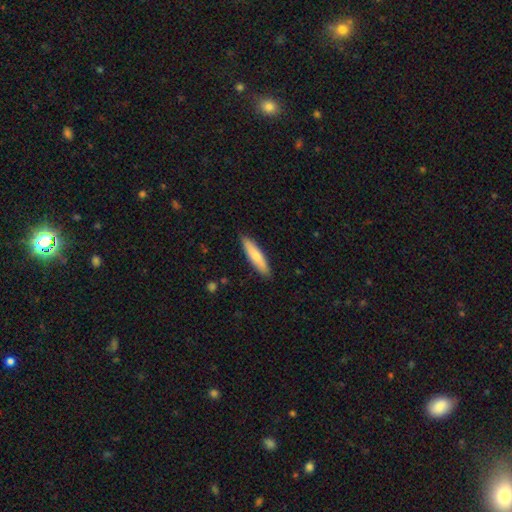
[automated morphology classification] A smooth galaxy with no disk features (75%) that is cigar-shaped (79%).

Vote fractions:
- Smooth or featured? smooth: 75% / featured or disk: 20% / star or artifact: 5%
- How rounded? cigar-shaped: 79% / in between: 20% / round: 1%
- Merging? none: 88% / minor disturbance: 9% / major disturbance: 2% / merger: 1%